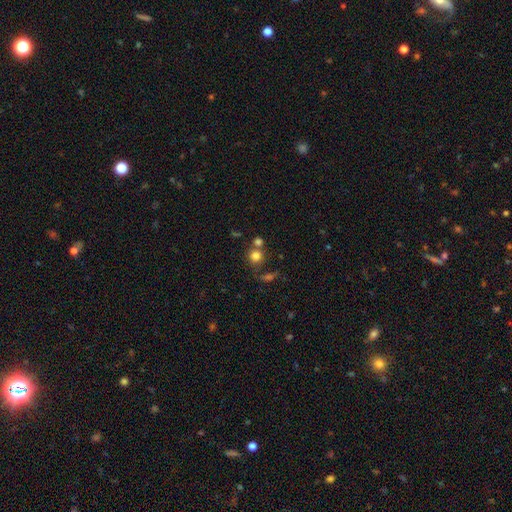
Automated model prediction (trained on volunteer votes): Smooth or featured? Predicted: smooth (p=0.78). How rounded? Predicted: round (p=0.88). Merging? Predicted: none (p=0.60).